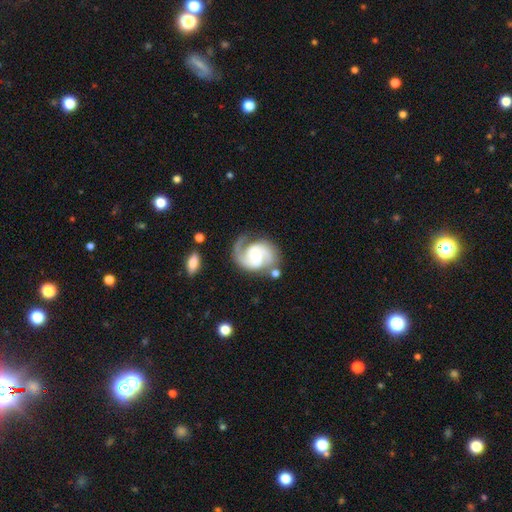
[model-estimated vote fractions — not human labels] smooth-or-featured: featured or disk: 91% | smooth: 5% | star or artifact: 4%
  disk-edge-on: no: 98% | yes: 2%
    bar: no: 49% | weak: 40% | strong: 12%
    has-spiral-arms: yes: 98% | no: 2%
      spiral-winding: medium: 58% | tight: 27% | loose: 15%
      spiral-arm-count: 2: 88% | 3: 4% | can't tell: 3% | 1: 3% | 4: 1% | more than 4: 1%
    bulge-size: moderate: 53% | small: 38% | large: 5% | none: 3% | dominant: 1%
  merging: none: 68% | minor disturbance: 18% | major disturbance: 9% | merger: 6%